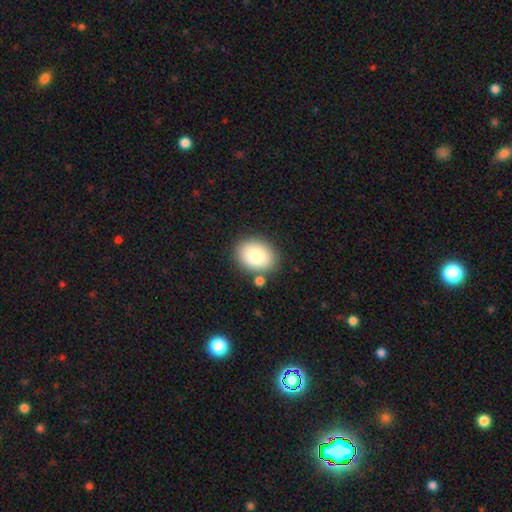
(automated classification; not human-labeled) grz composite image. It shows a smooth galaxy with no disk features (81%) that is in between round and cigar-shaped (56%). Merging: none (80%).